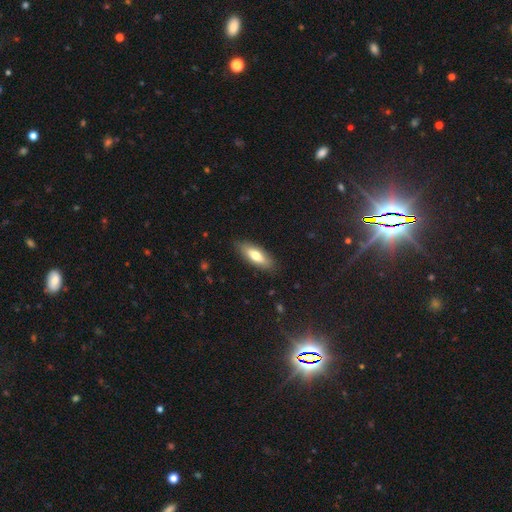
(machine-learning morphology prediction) Q: Smooth or featured?
A: smooth (70%); runner-up: featured or disk (24%)
Q: How rounded?
A: in between (68%); runner-up: cigar-shaped (30%)
Q: Merging?
A: none (87%); runner-up: minor disturbance (10%)